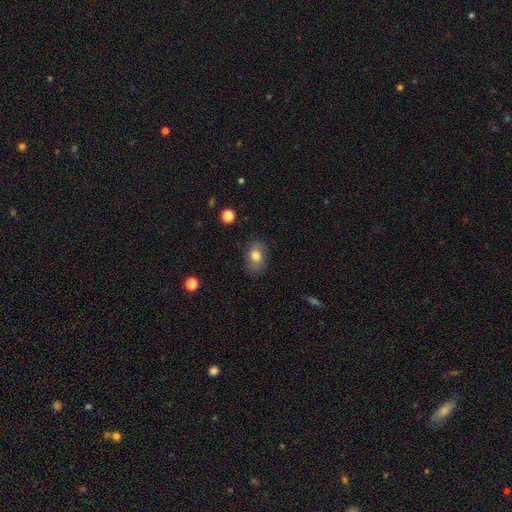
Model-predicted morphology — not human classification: Q: Smooth or featured?
A: smooth (78%); runner-up: featured or disk (13%)
Q: How rounded?
A: in between (73%); runner-up: round (26%)
Q: Merging?
A: none (79%); runner-up: minor disturbance (15%)